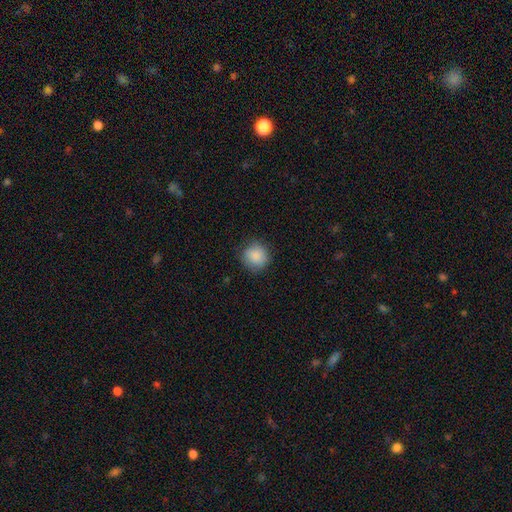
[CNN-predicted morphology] This is clearly a smooth galaxy (88%). How rounded: clearly round (92%). Merging: clearly none (85%).